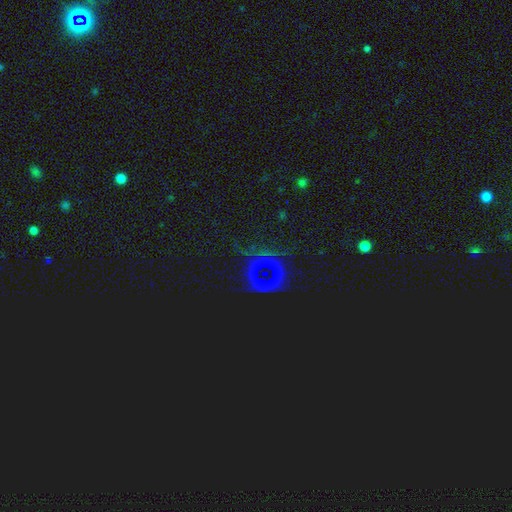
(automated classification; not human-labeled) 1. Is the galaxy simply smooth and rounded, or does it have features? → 65% star or artifact, 18% smooth, 18% featured or disk.